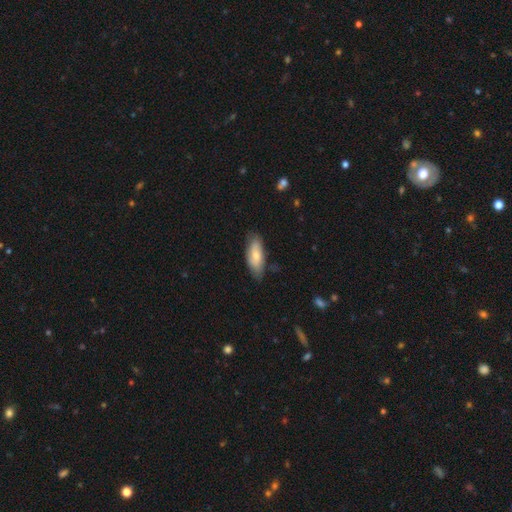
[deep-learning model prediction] Smooth or featured? smooth (70%)
How rounded? in between (80%)
Merging? none (70%)